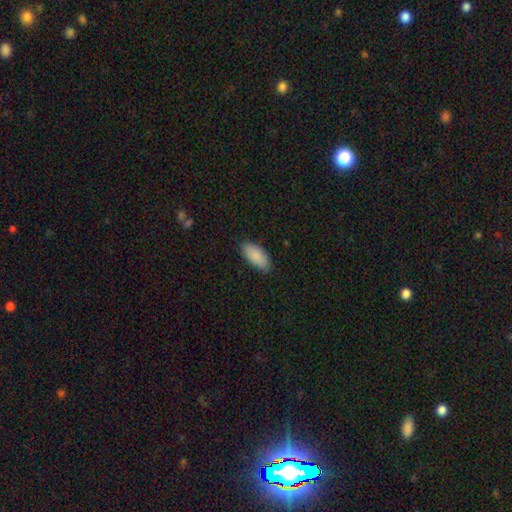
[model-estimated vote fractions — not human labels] Smooth or featured?
  - smooth: 89% *
  - star or artifact: 6%
  - featured or disk: 5%
How rounded?
  - in between: 90% *
  - cigar-shaped: 8%
  - round: 2%
Merging?
  - none: 86% *
  - minor disturbance: 11%
  - major disturbance: 2%
  - merger: 1%